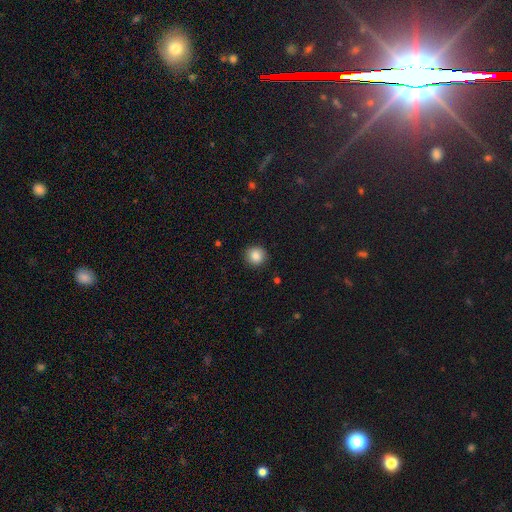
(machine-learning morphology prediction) Q: Smooth or featured?
A: smooth (87%); runner-up: star or artifact (9%)
Q: How rounded?
A: round (93%); runner-up: in between (6%)
Q: Merging?
A: none (90%); runner-up: minor disturbance (7%)